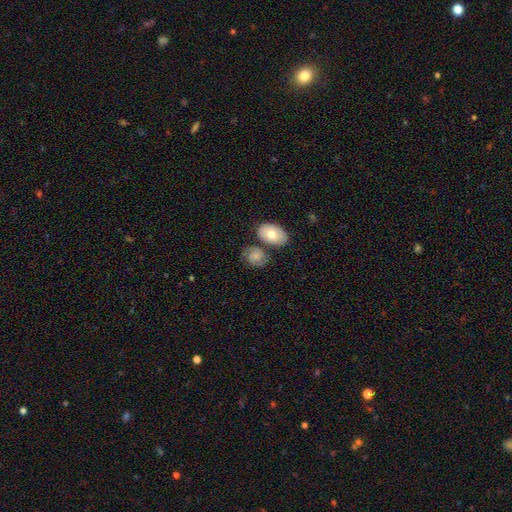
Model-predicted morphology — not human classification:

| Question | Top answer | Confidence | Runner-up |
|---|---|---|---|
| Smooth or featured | smooth | 50% | featured or disk (43%) |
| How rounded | in between | 62% | round (36%) |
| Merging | none | 53% | minor disturbance (20%) |